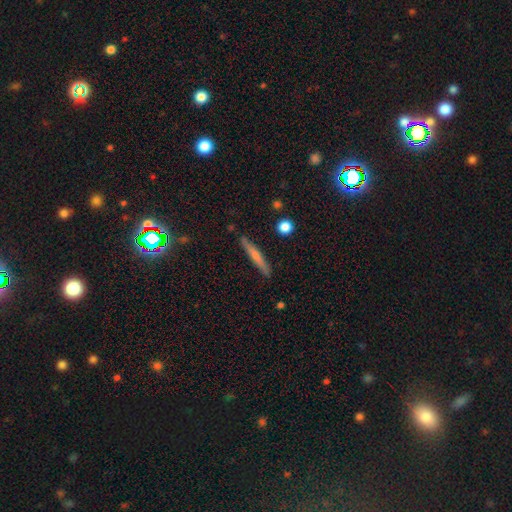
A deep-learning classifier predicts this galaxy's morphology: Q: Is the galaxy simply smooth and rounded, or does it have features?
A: smooth — 56%.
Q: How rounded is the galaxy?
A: cigar-shaped — 95%.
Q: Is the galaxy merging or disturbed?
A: none — 87%.